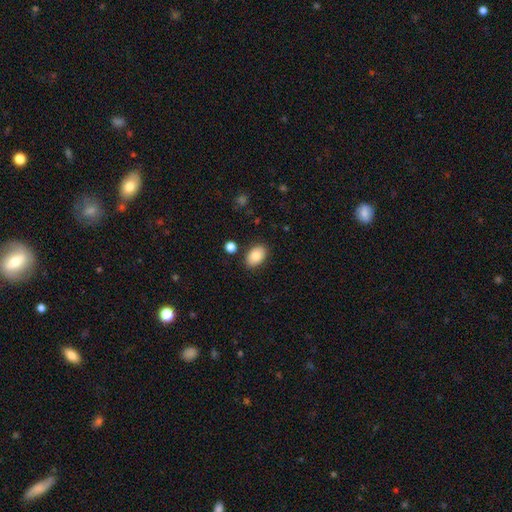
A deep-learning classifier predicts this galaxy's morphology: Smooth or featured?
  - smooth: 81% *
  - featured or disk: 11%
  - star or artifact: 8%
How rounded?
  - in between: 86% *
  - round: 13%
  - cigar-shaped: 1%
Merging?
  - none: 84% *
  - minor disturbance: 11%
  - merger: 3%
  - major disturbance: 3%